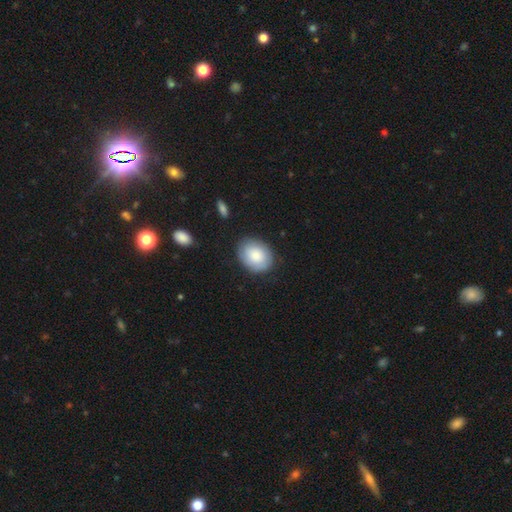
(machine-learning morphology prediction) Smooth or featured? Predicted: smooth (p=0.82). How rounded? Predicted: in between (p=0.54). Merging? Predicted: none (p=0.82).